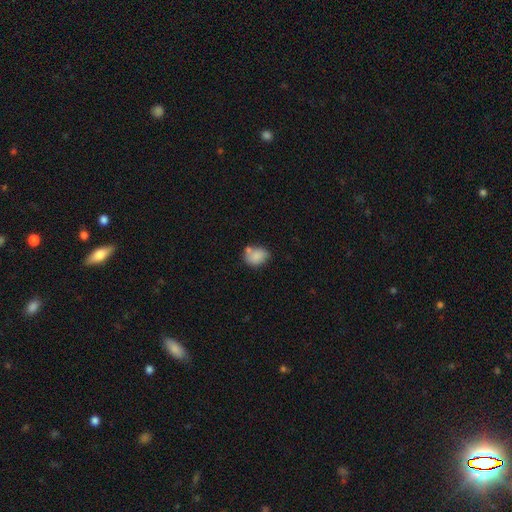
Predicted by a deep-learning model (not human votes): This is clearly a smooth galaxy (82%). How rounded: possibly in between (56%). Merging: possibly none (51%).